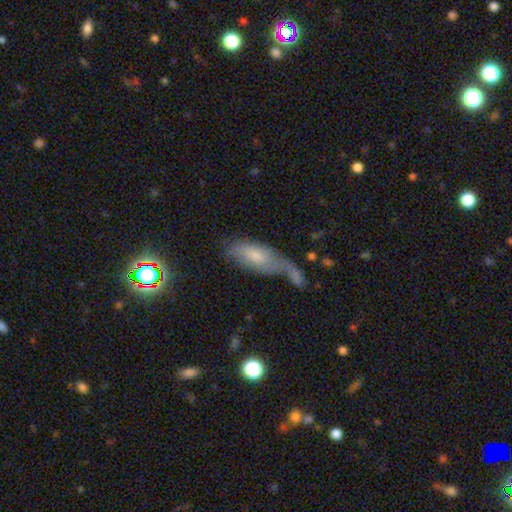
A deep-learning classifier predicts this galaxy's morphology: smooth_or_featured: smooth (p=0.68) [alt: featured or disk p=0.24]
how_rounded: in between (p=0.81) [alt: cigar-shaped p=0.16]
merging: none (p=0.30) [alt: merger p=0.27]